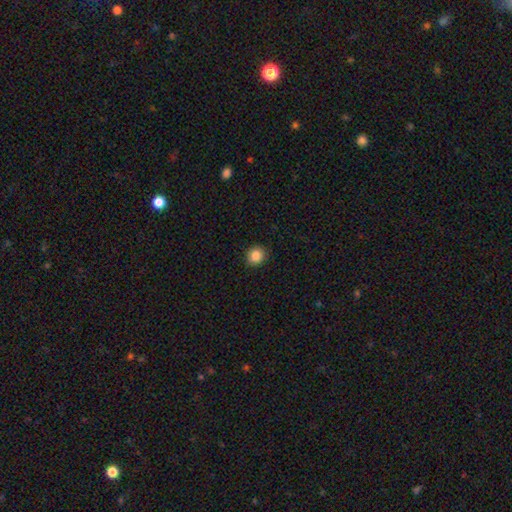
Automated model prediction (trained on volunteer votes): Smooth or featured? smooth (86%)
How rounded? round (86%)
Merging? none (91%)